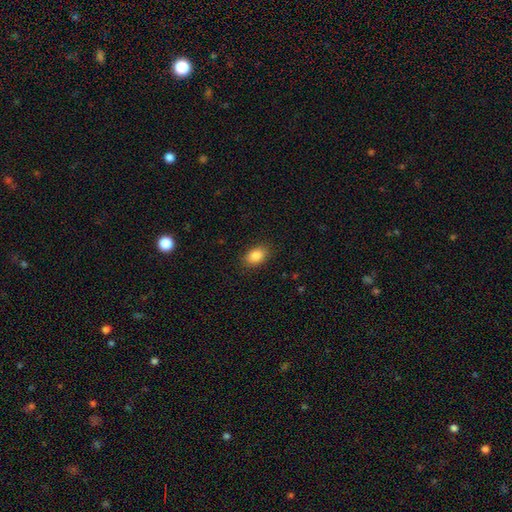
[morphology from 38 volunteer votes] smooth_or_featured: smooth (p=0.92) [alt: featured or disk p=0.05]
how_rounded: in between (p=0.89) [alt: round p=0.11]
merging: none (p=0.92) [alt: minor disturbance p=0.05]